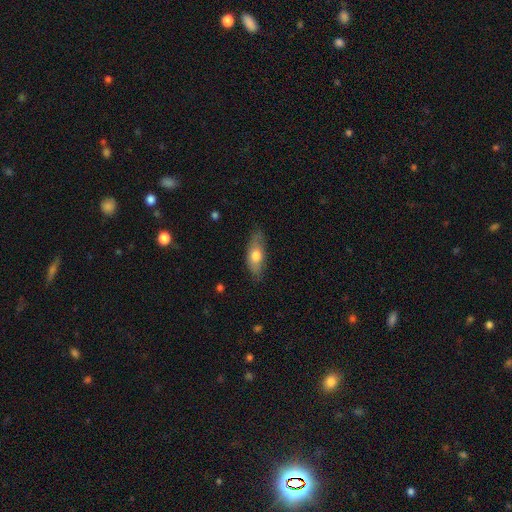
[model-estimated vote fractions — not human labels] This appears to be a smooth galaxy with no disk features (68%) that is in between round and cigar-shaped (75%). Merging: none (76%).